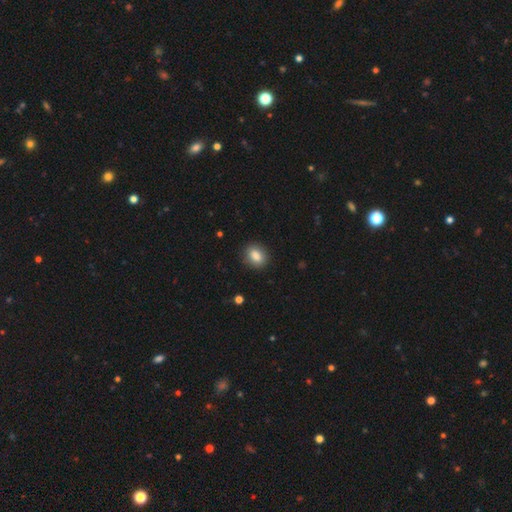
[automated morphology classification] type=smooth (85%); roundness=in between (59%); merging=none (88%).